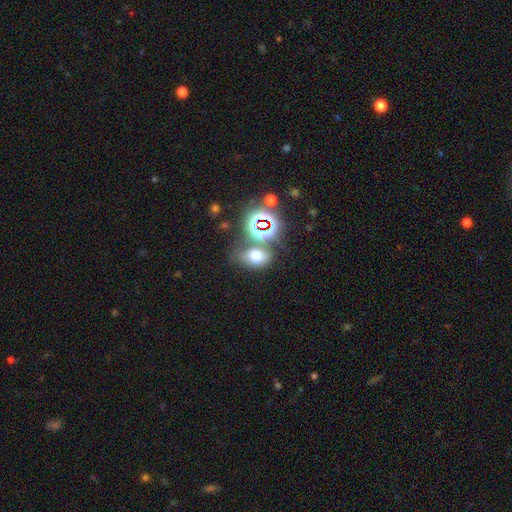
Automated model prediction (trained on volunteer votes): Q: Smooth or featured?
A: smooth (61%); runner-up: star or artifact (26%)
Q: How rounded?
A: in between (69%); runner-up: round (30%)
Q: Merging?
A: none (57%); runner-up: merger (20%)